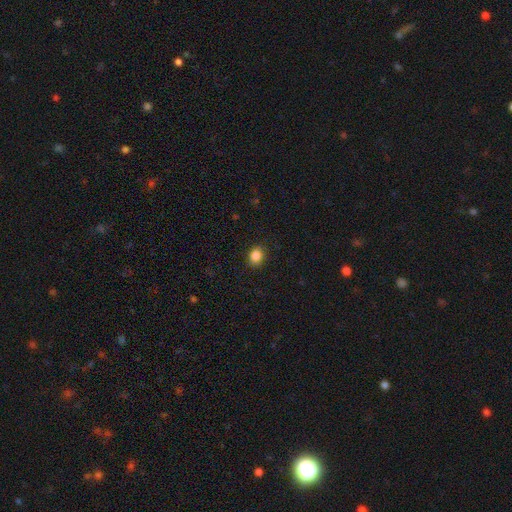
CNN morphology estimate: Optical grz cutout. It shows a smooth galaxy with no disk features (85%) that is round (54%). Merging: none (88%).